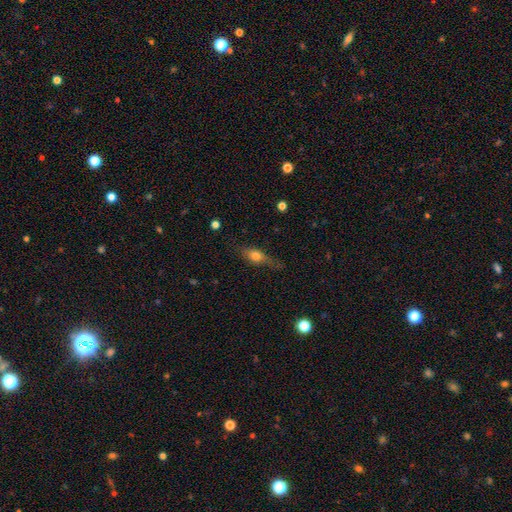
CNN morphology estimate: This appears to be a smooth galaxy with no disk features (59%) that is in between round and cigar-shaped (56%). Merging: none (64%).